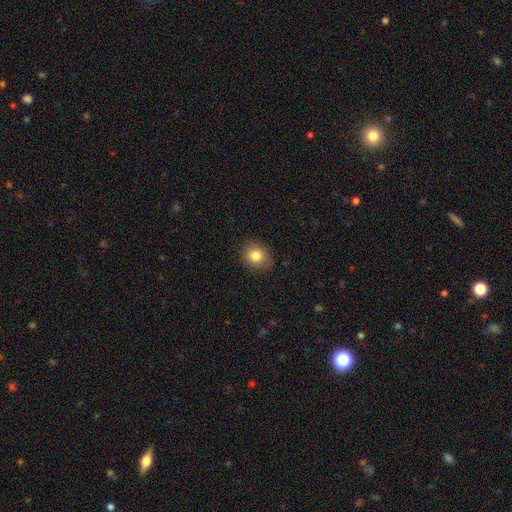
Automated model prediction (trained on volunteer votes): Smooth or featured: smooth — 83% (star or artifact — 10%)
How rounded: round — 71% (in between — 28%)
Merging: none — 87% (minor disturbance — 10%)